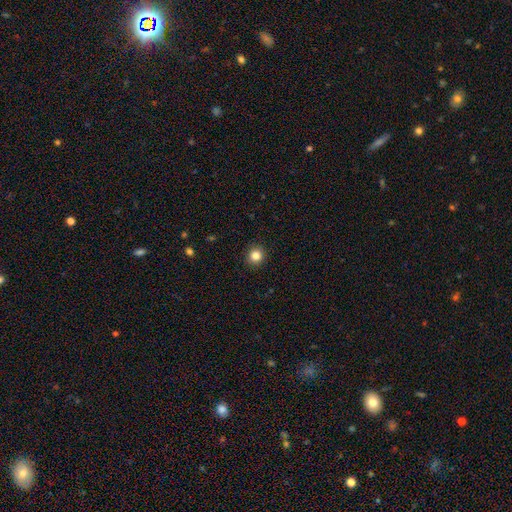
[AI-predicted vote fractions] smooth-or-featured: smooth: 84% | star or artifact: 11% | featured or disk: 5%
  how-rounded: round: 92% | in between: 7% | cigar-shaped: 1%
  merging: none: 92% | minor disturbance: 5% | major disturbance: 2% | merger: 1%